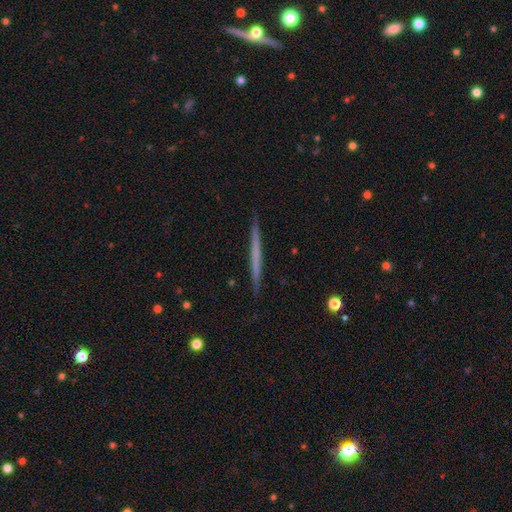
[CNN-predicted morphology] A featured or disk galaxy (50%) viewed edge-on (98%).

Vote fractions:
- Smooth or featured? featured or disk: 50% / smooth: 44% / star or artifact: 5%
- Edge-on disk? yes: 98% / no: 2%
- Merging? none: 92% / minor disturbance: 6% / major disturbance: 1% / merger: 1%